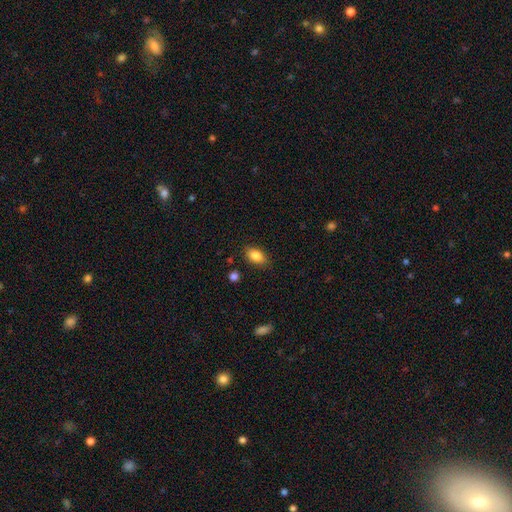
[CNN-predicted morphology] This is clearly a smooth galaxy (85%). How rounded: clearly in between (88%). Merging: clearly none (84%).